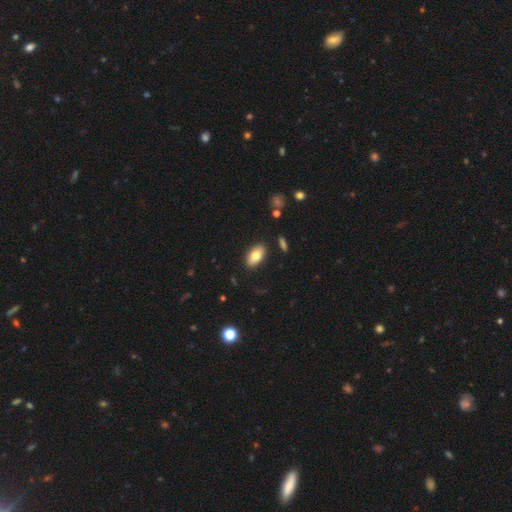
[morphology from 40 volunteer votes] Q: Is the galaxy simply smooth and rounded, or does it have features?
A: smooth — 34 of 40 (85%).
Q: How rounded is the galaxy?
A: in between — 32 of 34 (94%).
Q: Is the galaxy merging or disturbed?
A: none — 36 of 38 (95%).